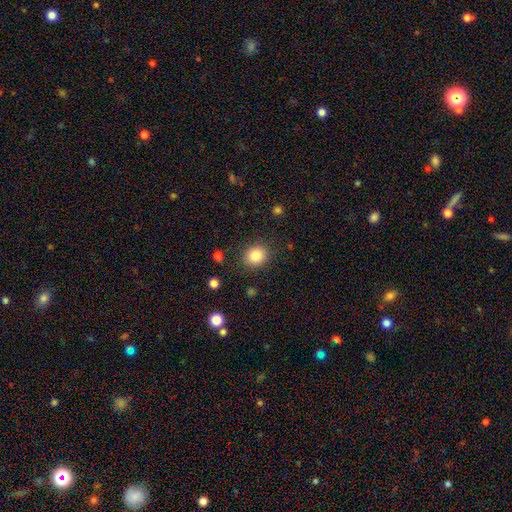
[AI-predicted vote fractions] Smooth or featured?
  - smooth: 84% *
  - star or artifact: 10%
  - featured or disk: 6%
How rounded?
  - round: 75% *
  - in between: 24%
  - cigar-shaped: 1%
Merging?
  - none: 86% *
  - minor disturbance: 9%
  - major disturbance: 3%
  - merger: 2%